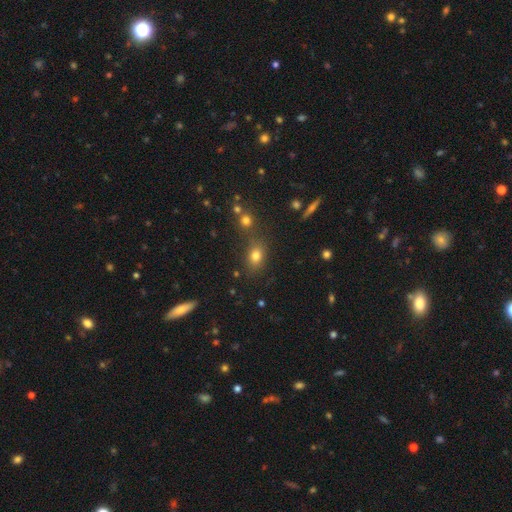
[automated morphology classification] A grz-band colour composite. It shows a smooth galaxy with no disk features (76%) that is in between round and cigar-shaped (63%). Merging: none (70%).